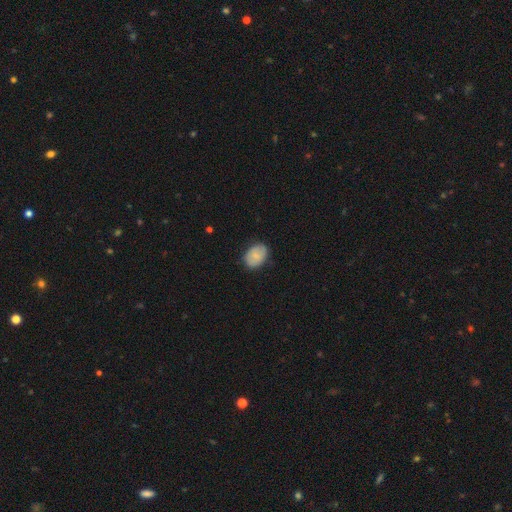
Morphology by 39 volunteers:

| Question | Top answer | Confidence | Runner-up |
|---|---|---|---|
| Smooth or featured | smooth | 85% | featured or disk (10%) |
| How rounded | in between | 70% | round (30%) |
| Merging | none | 84% | minor disturbance (14%) |